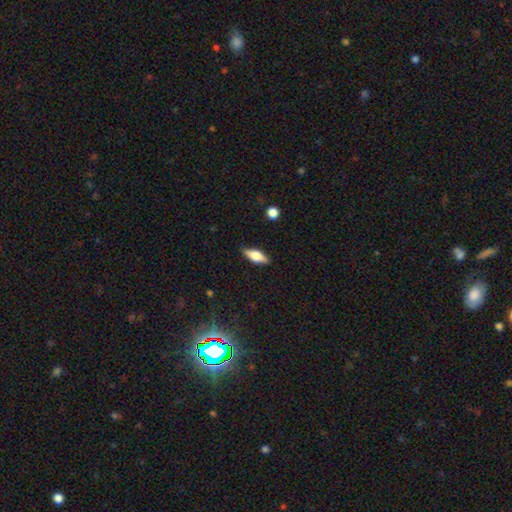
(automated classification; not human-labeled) smooth-or-featured: smooth: 61% | featured or disk: 32% | star or artifact: 7%
  how-rounded: in between: 73% | cigar-shaped: 23% | round: 3%
  merging: none: 82% | minor disturbance: 14% | major disturbance: 3% | merger: 1%